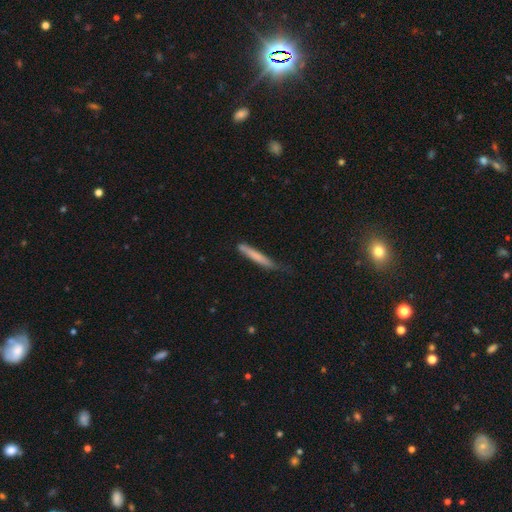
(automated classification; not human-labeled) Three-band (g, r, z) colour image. It shows a smooth galaxy with no disk features (72%) that is cigar-shaped (96%). Merging: none (64%).